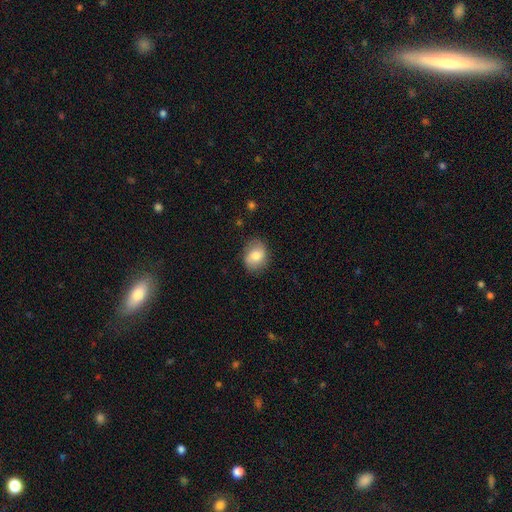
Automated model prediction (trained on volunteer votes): Smooth or featured? Predicted: smooth (p=0.72). How rounded? Predicted: round (p=0.50). Merging? Predicted: none (p=0.79).